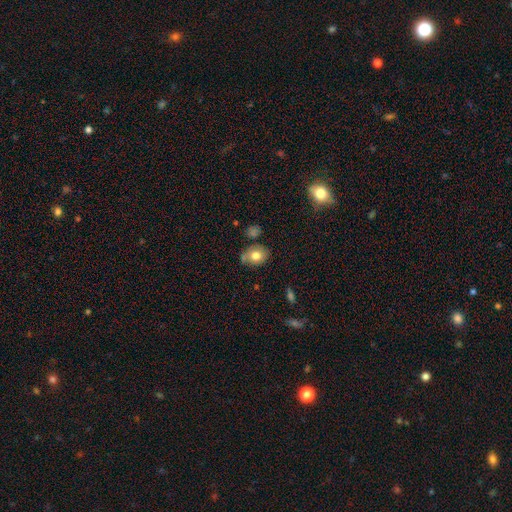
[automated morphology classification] Q: Smooth or featured?
A: smooth (74%); runner-up: featured or disk (17%)
Q: How rounded?
A: in between (59%); runner-up: round (40%)
Q: Merging?
A: none (67%); runner-up: minor disturbance (21%)